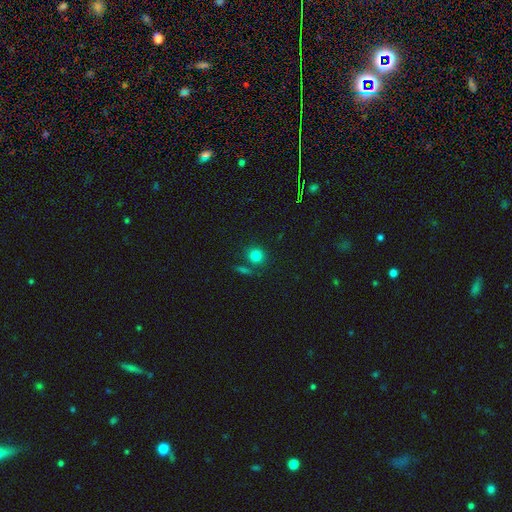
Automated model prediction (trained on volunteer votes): This appears to be a smooth galaxy with no disk features (82%) that is round (87%). Merging: none (73%).